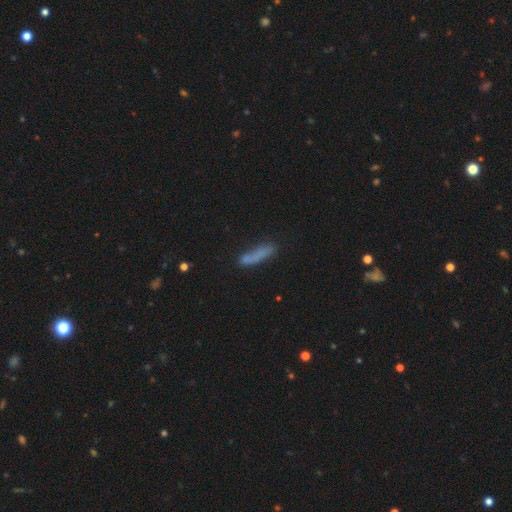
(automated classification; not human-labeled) Smooth or featured: smooth — 72% (featured or disk — 18%)
How rounded: cigar-shaped — 83% (in between — 15%)
Merging: none — 66% (minor disturbance — 19%)